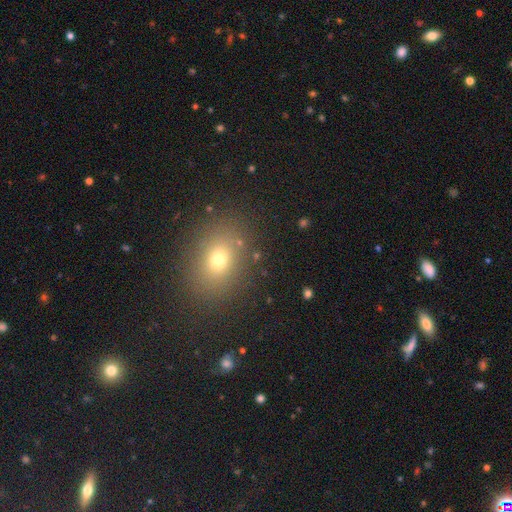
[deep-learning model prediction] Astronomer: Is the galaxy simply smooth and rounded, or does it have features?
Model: smooth — 69%.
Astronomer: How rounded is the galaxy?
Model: in between — 60% (runner-up: round, 39%).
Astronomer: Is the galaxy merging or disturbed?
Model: none — 85%.